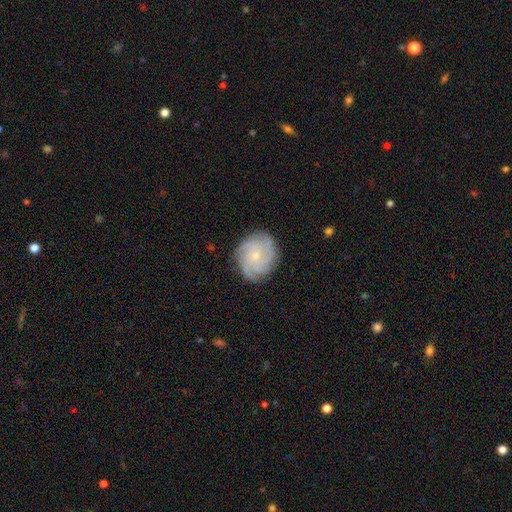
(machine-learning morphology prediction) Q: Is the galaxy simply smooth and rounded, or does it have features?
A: featured or disk — 75%.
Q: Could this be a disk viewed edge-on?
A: no — 98%.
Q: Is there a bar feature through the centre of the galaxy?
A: no — 77%.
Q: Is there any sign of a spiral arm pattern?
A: yes — 97%.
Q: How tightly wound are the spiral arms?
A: tight — 62%.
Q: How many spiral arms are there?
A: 4 — 36%.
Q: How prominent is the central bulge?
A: small — 70%.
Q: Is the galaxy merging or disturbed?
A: none — 81%.